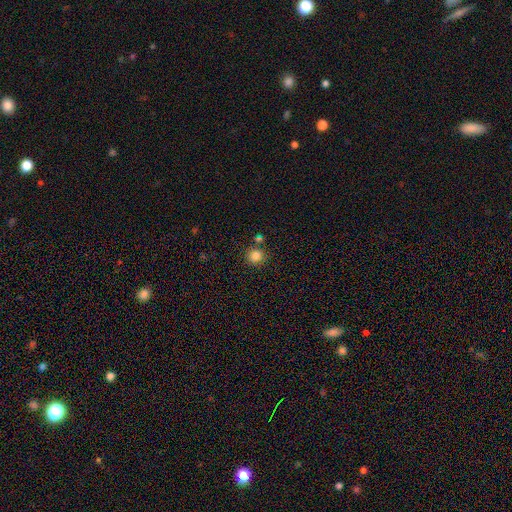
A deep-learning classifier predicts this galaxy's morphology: A smooth galaxy with no disk features (84%) that is round (92%).

Vote fractions:
- Smooth or featured? smooth: 84% / star or artifact: 12% / featured or disk: 4%
- How rounded? round: 92% / in between: 7% / cigar-shaped: 1%
- Merging? none: 79% / merger: 10% / minor disturbance: 8% / major disturbance: 3%